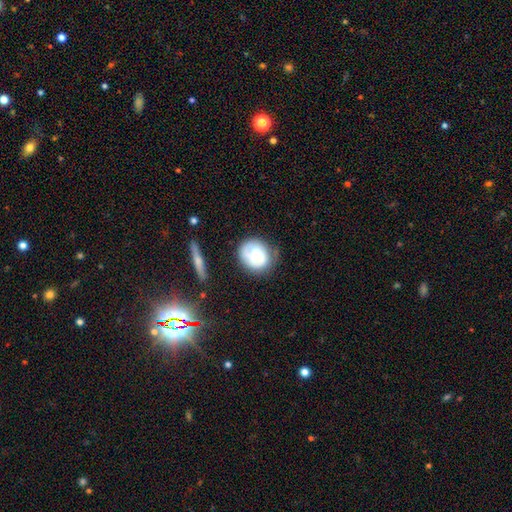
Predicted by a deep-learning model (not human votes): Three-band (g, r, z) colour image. It shows a smooth galaxy with no disk features (58%) that is round (71%). Merging: none (60%).